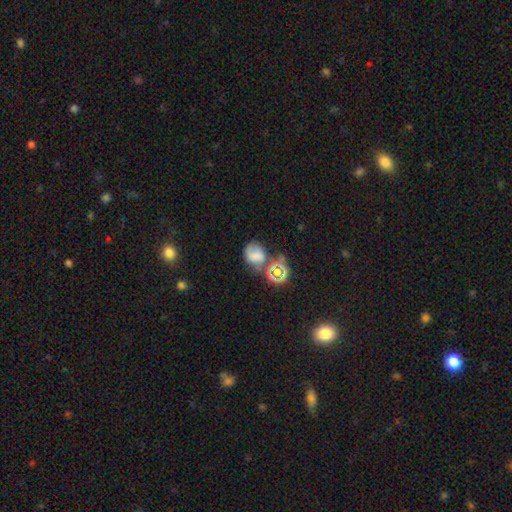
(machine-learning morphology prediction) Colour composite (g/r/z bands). It shows a smooth galaxy with no disk features (53%) that is round (56%). Merging: none (39%).